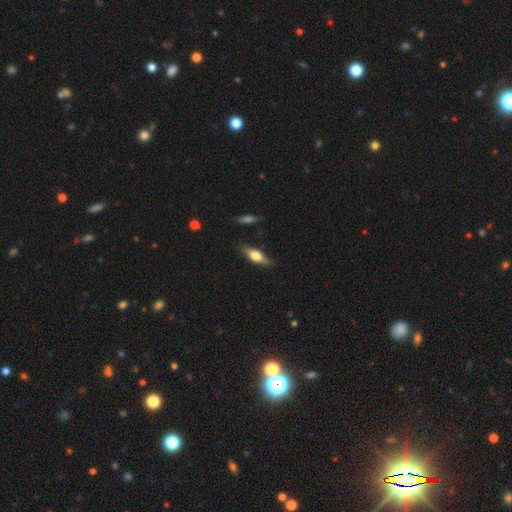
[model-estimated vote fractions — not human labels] Smooth or featured? smooth (48%)
Merging? none (81%)